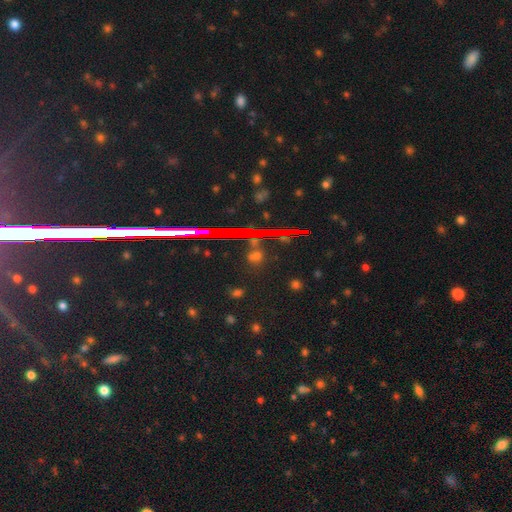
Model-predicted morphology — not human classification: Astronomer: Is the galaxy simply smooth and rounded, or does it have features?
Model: star or artifact — 70%.